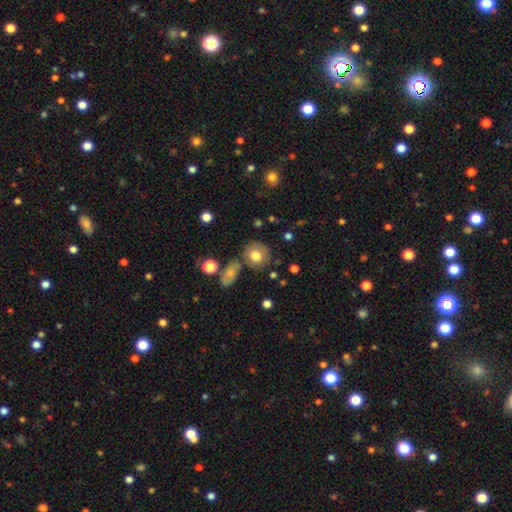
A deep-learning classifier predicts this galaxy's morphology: smooth-or-featured: smooth: 75% | featured or disk: 15% | star or artifact: 10%
  how-rounded: round: 77% | in between: 22% | cigar-shaped: 1%
  merging: none: 67% | minor disturbance: 15% | merger: 12% | major disturbance: 6%